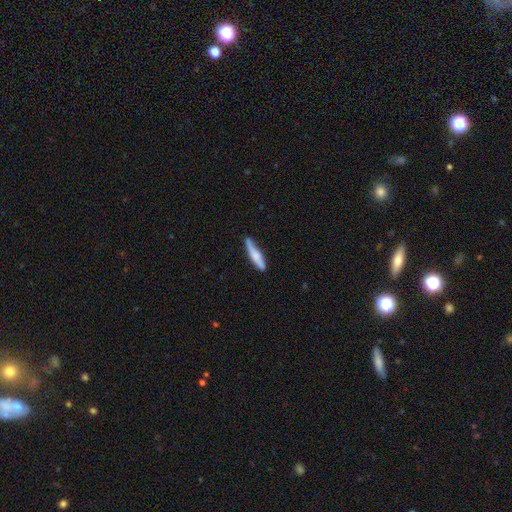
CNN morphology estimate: This appears to be a smooth galaxy with no disk features (64%) that is cigar-shaped (87%). Merging: none (73%).